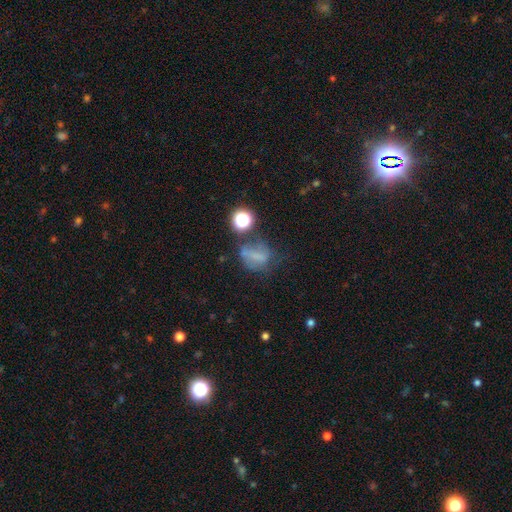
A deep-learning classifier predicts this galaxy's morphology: smooth 47%, featured or disk 28%, star or artifact 24%. Down the decision tree: merging — none (39%).